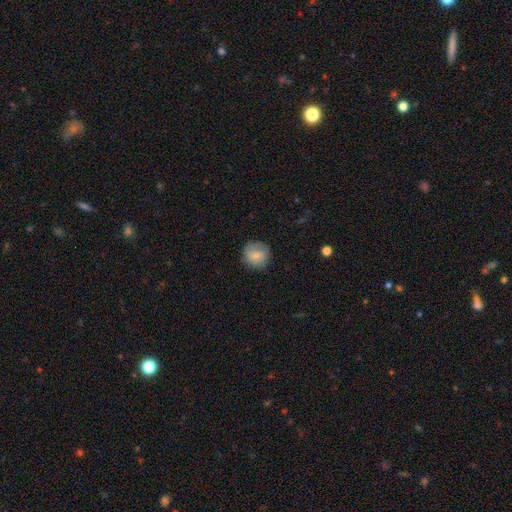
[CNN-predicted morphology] smooth-or-featured: smooth: 79% | featured or disk: 13% | star or artifact: 8%
  how-rounded: round: 91% | in between: 8% | cigar-shaped: 1%
  merging: none: 78% | minor disturbance: 16% | major disturbance: 4% | merger: 1%